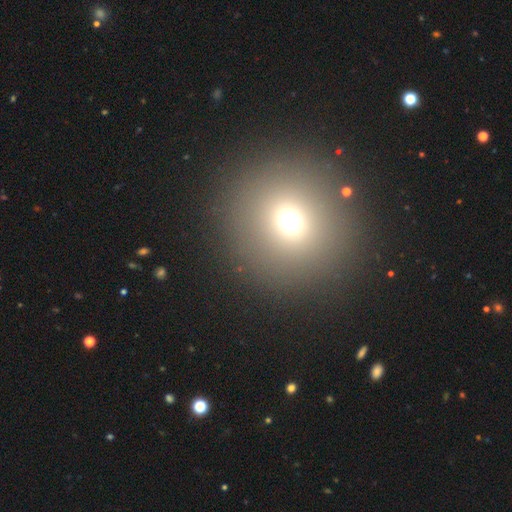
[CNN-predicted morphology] Q: Smooth or featured?
A: smooth (64%); runner-up: star or artifact (27%)
Q: How rounded?
A: round (92%); runner-up: in between (7%)
Q: Merging?
A: none (91%); runner-up: minor disturbance (5%)